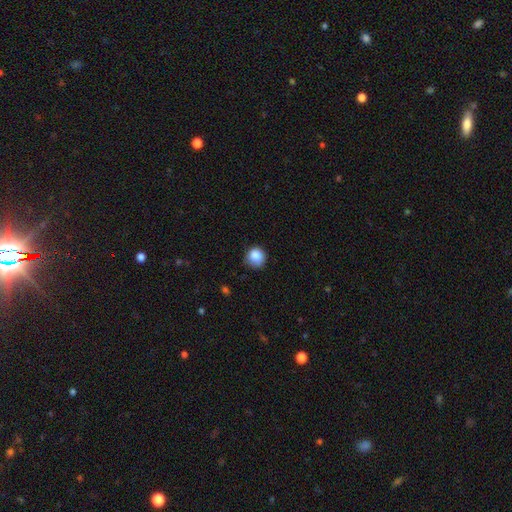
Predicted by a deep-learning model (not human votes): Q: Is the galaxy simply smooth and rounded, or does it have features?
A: smooth — 86%.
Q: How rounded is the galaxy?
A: round — 87%.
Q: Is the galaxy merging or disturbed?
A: none — 68%.